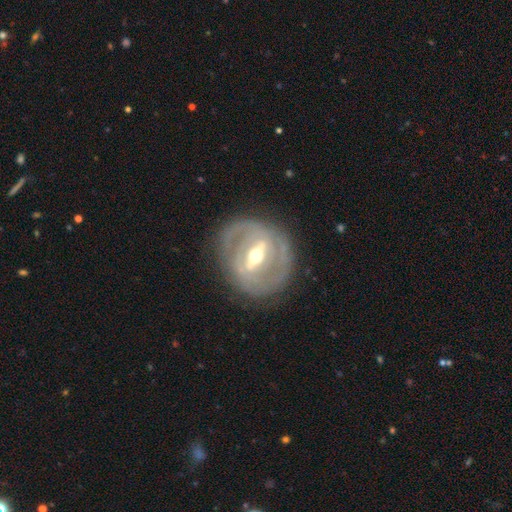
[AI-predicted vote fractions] Smooth or featured? featured or disk (83%)
Edge-on disk? no (93%)
Bar? strong (63%)
Spiral arms? yes (71%)
Spiral winding? tight (60%)
Spiral arm count? 2 (55%)
Bulge size? moderate (62%)
Merging? none (79%)